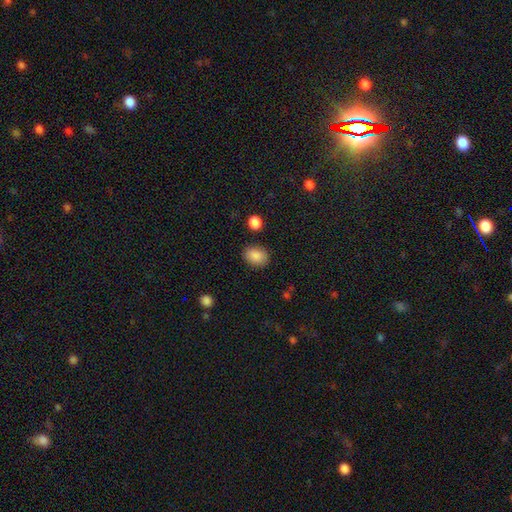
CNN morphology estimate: A smooth galaxy with no disk features (88%) that is in between round and cigar-shaped (70%).

Vote fractions:
- Smooth or featured? smooth: 88% / star or artifact: 8% / featured or disk: 4%
- How rounded? in between: 70% / round: 29% / cigar-shaped: 1%
- Merging? none: 85% / minor disturbance: 10% / major disturbance: 3% / merger: 2%